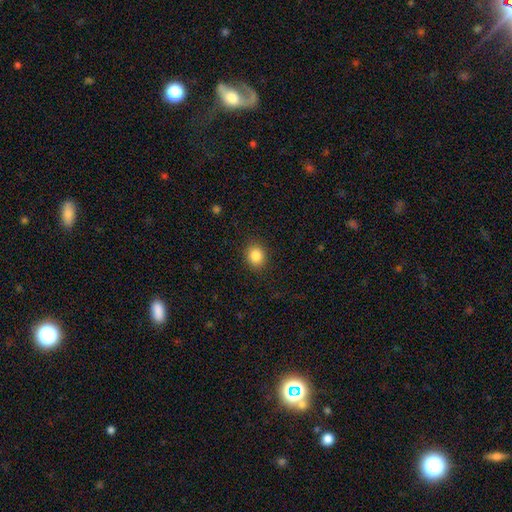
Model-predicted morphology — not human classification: Smooth or featured?
  - smooth: 86% *
  - star or artifact: 10%
  - featured or disk: 4%
How rounded?
  - round: 72% *
  - in between: 27%
  - cigar-shaped: 1%
Merging?
  - none: 88% *
  - minor disturbance: 8%
  - major disturbance: 3%
  - merger: 1%